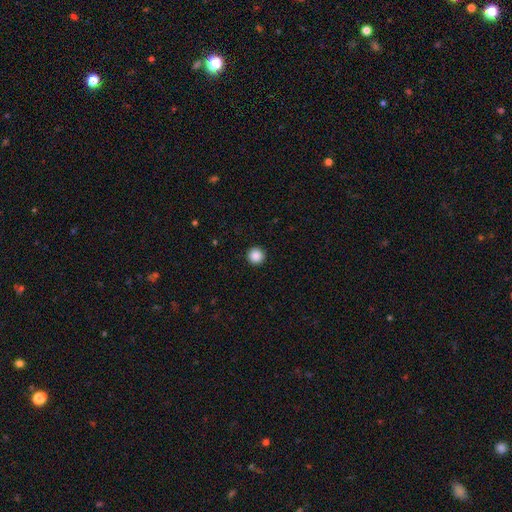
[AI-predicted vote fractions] smooth-or-featured: smooth: 88% | star or artifact: 9% | featured or disk: 2%
  how-rounded: round: 96% | in between: 3% | cigar-shaped: 1%
  merging: none: 93% | minor disturbance: 4% | major disturbance: 2% | merger: 1%